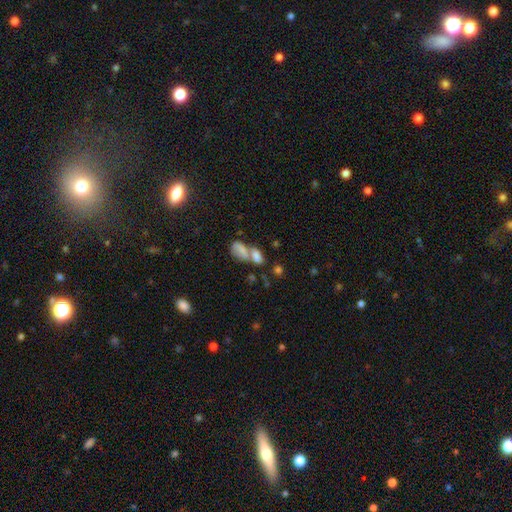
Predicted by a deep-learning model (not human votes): A smooth galaxy with no disk features (75%) that is in between round and cigar-shaped (86%).

Vote fractions:
- Smooth or featured? smooth: 75% / featured or disk: 14% / star or artifact: 11%
- How rounded? in between: 86% / round: 8% / cigar-shaped: 5%
- Merging? merger: 60% / none: 26% / minor disturbance: 8% / major disturbance: 6%